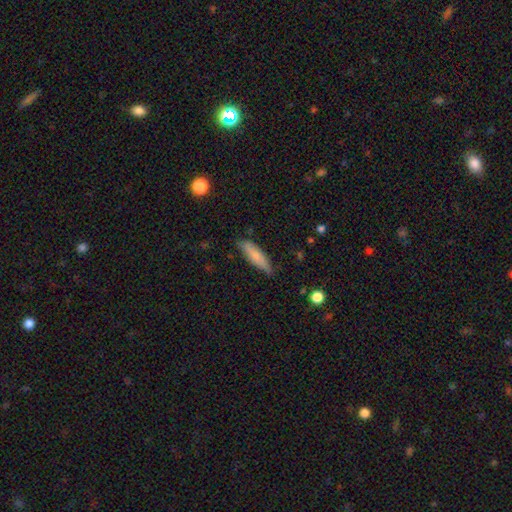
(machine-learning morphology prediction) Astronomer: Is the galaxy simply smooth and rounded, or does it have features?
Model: smooth — 75%.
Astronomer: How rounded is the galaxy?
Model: cigar-shaped — 69%.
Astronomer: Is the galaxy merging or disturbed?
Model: none — 79%.